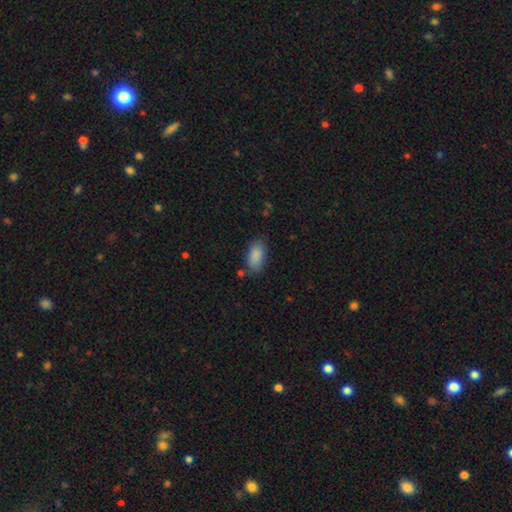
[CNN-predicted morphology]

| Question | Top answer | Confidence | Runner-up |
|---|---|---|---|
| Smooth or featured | smooth | 89% | star or artifact (7%) |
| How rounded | in between | 91% | cigar-shaped (6%) |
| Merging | none | 77% | minor disturbance (16%) |